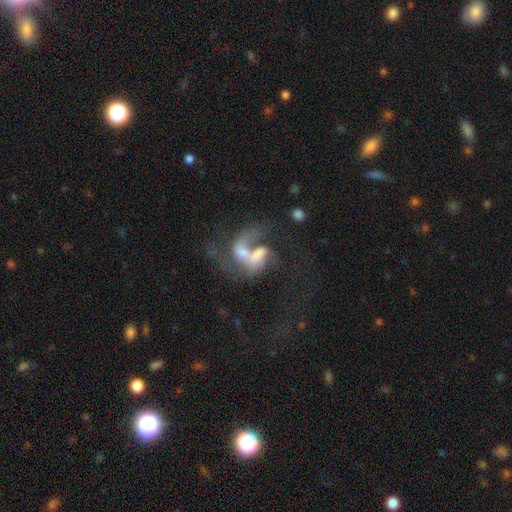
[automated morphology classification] smooth_or_featured: featured or disk (p=0.67) [alt: smooth p=0.23]
disk_edge_on: no (p=0.97) [alt: yes p=0.03]
bar: no (p=0.58) [alt: weak p=0.30]
has_spiral_arms: yes (p=0.66) [alt: no p=0.34]
bulge_size: moderate (p=0.41) [alt: small p=0.22]
merging: merger (p=0.61) [alt: major disturbance p=0.19]